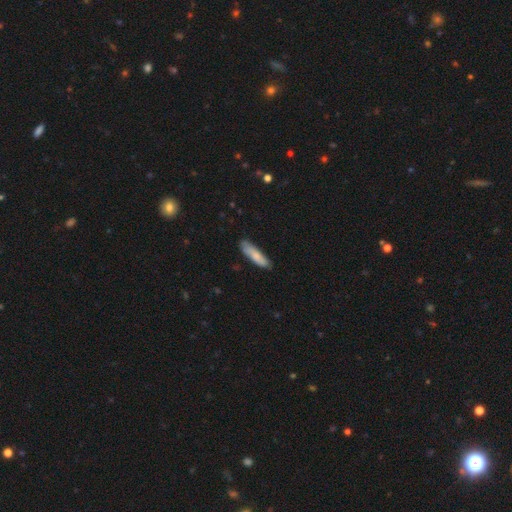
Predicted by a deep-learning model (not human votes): smooth-or-featured: smooth: 79% | featured or disk: 16% | star or artifact: 5%
  how-rounded: cigar-shaped: 74% | in between: 25% | round: 1%
  merging: none: 78% | minor disturbance: 18% | major disturbance: 3% | merger: 2%